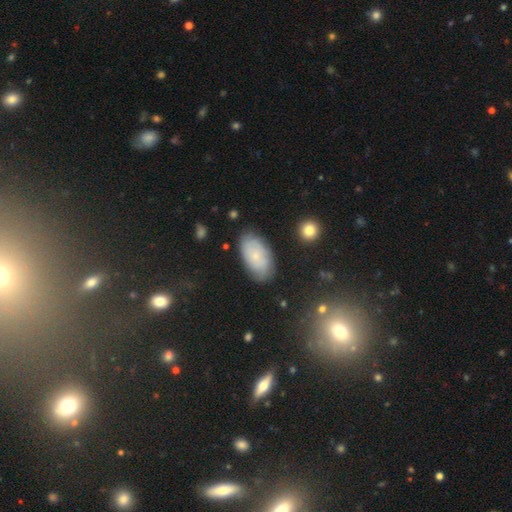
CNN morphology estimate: Overall: smooth (58%; featured or disk 33%). How rounded: in between (94%). Merging: none (76%).